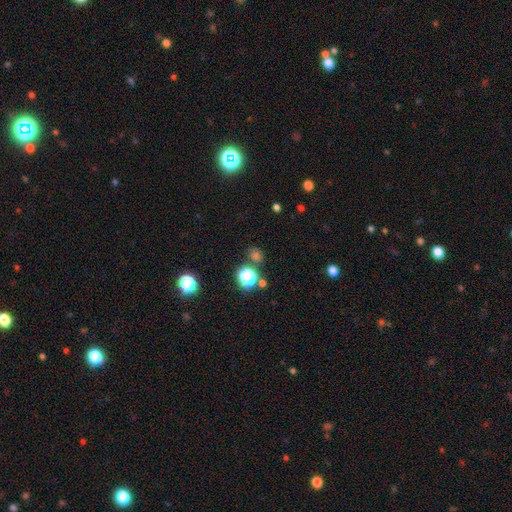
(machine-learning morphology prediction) Overall: smooth (56%; star or artifact 38%). How rounded: round (78%). Merging: none (79%).